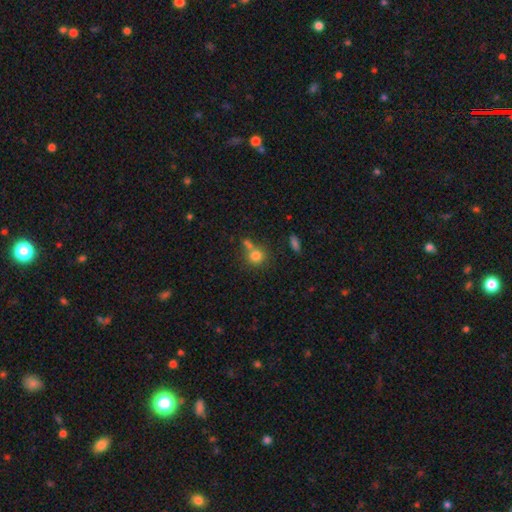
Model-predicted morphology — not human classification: smooth_or_featured: smooth (p=0.78) [alt: star or artifact p=0.13]
how_rounded: round (p=0.85) [alt: in between p=0.14]
merging: none (p=0.55) [alt: merger p=0.29]